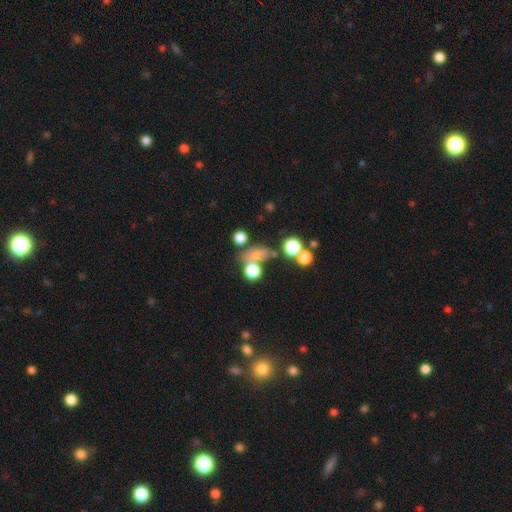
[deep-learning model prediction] The model was most divided on "how rounded": in between: 53%, round: 42%, cigar-shaped: 5%. Remaining: smooth or featured — smooth (66%); merging — none (42%).